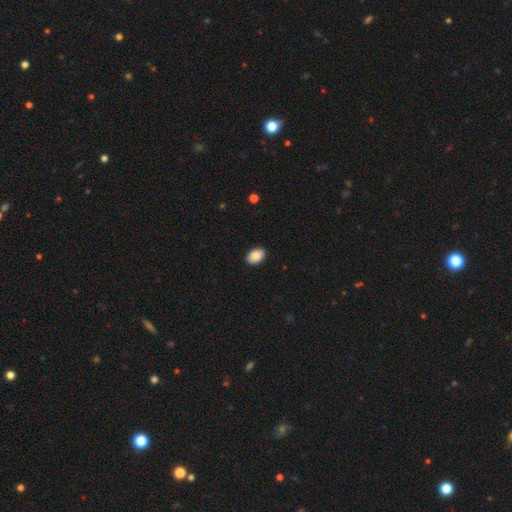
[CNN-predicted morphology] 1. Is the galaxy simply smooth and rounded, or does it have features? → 86% smooth, 7% star or artifact, 7% featured or disk.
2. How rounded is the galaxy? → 84% in between, 15% round, 1% cigar-shaped.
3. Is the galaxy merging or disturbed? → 91% none, 7% minor disturbance, 2% major disturbance, 1% merger.